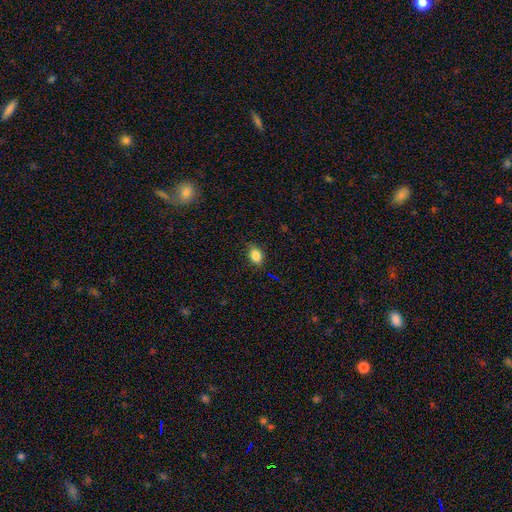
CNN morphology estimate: A smooth galaxy with no disk features (83%) that is in between round and cigar-shaped (68%).

Vote fractions:
- Smooth or featured? smooth: 83% / star or artifact: 11% / featured or disk: 7%
- How rounded? in between: 68% / round: 30% / cigar-shaped: 2%
- Merging? none: 78% / minor disturbance: 17% / major disturbance: 3% / merger: 1%